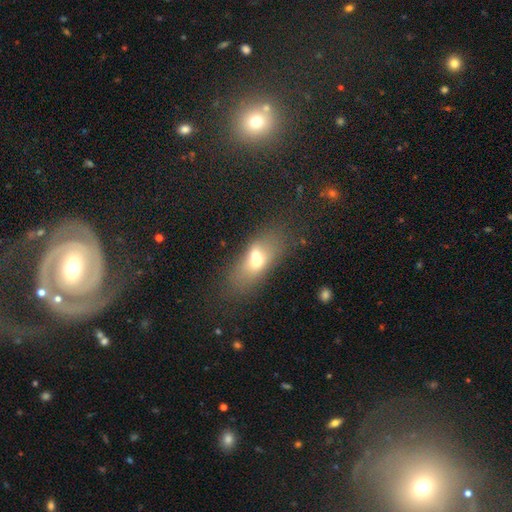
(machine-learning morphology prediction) A smooth galaxy with no disk features (56%) that is in between round and cigar-shaped (75%).

Vote fractions:
- Smooth or featured? smooth: 56% / featured or disk: 33% / star or artifact: 11%
- How rounded? in between: 75% / round: 13% / cigar-shaped: 12%
- Merging? merger: 49% / none: 33% / minor disturbance: 10% / major disturbance: 7%